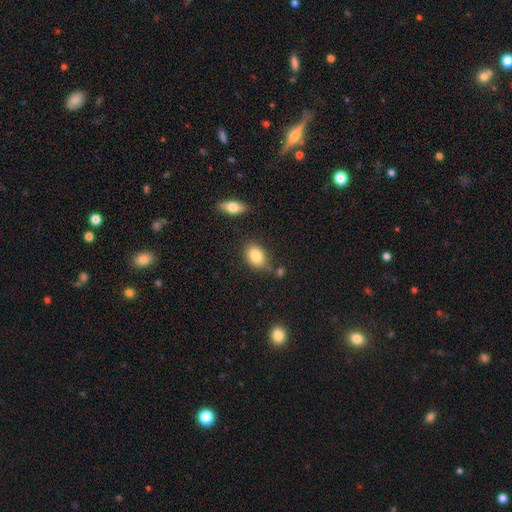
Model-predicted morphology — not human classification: Overall: smooth (85%). How rounded: in between (83%). Merging: none (68%).